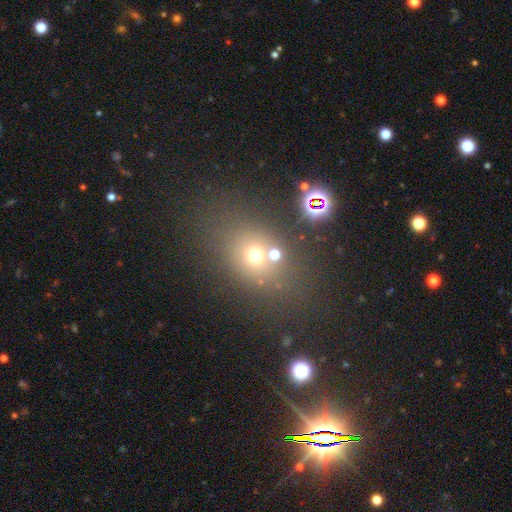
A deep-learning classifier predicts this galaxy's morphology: Smooth or featured?
  - smooth: 62% *
  - star or artifact: 25%
  - featured or disk: 14%
How rounded?
  - round: 54% *
  - in between: 44%
  - cigar-shaped: 2%
Merging?
  - none: 65% *
  - merger: 16%
  - minor disturbance: 12%
  - major disturbance: 7%